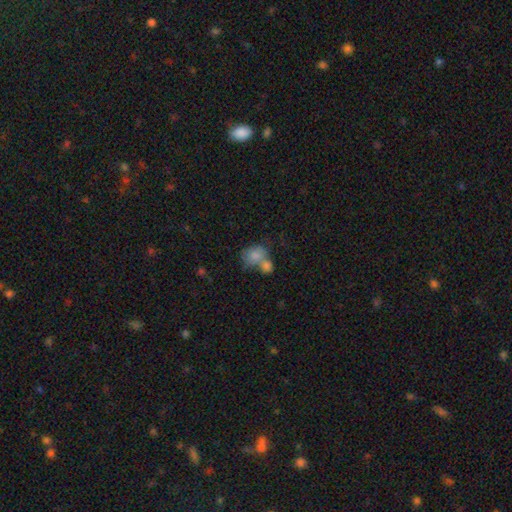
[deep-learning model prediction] This appears to be a smooth galaxy with no disk features (80%) that is round (52%). Merging: merger (59%).